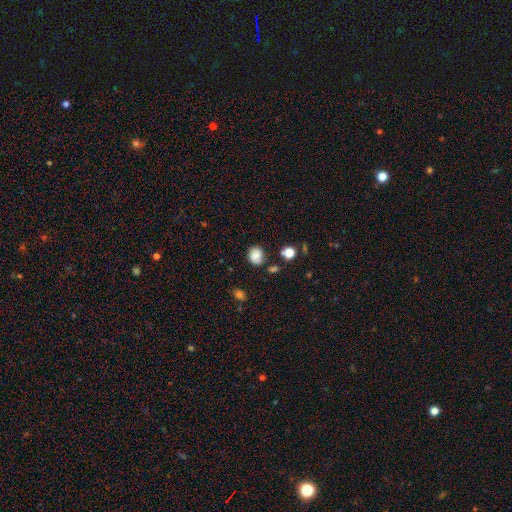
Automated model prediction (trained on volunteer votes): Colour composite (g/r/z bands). It shows a smooth galaxy with no disk features (74%) that is round (72%). Merging: none (69%).